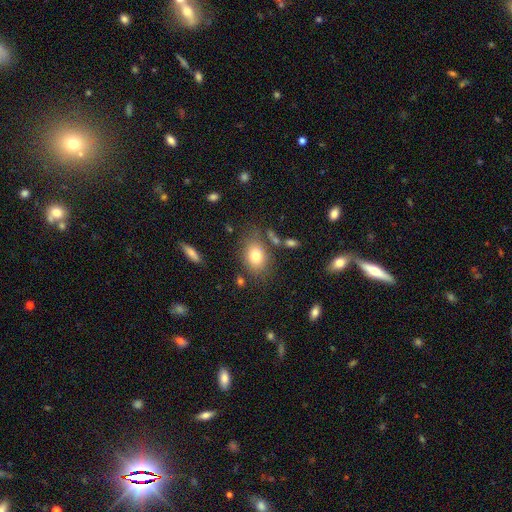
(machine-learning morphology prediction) Overall: smooth (78%). How rounded: in between (70%). Merging: none (74%).